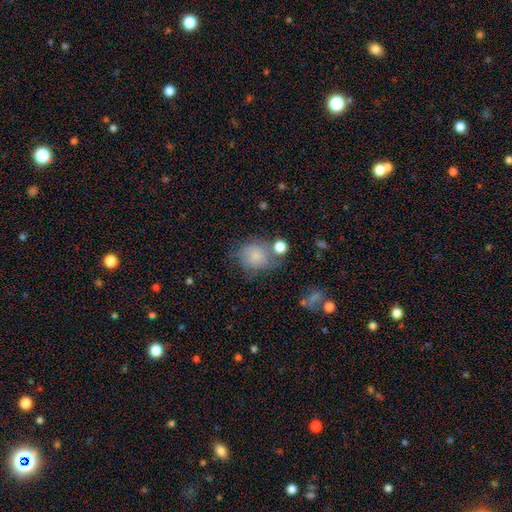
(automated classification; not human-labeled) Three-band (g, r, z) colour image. It shows a smooth galaxy with no disk features (72%) that is round (76%). Merging: none (50%).